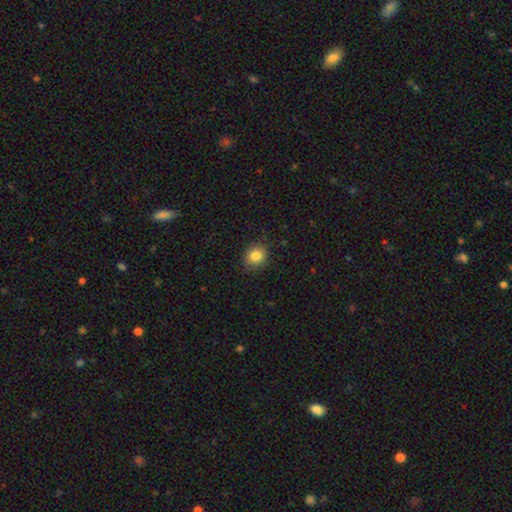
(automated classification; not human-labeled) The model was most divided on "how rounded": round: 79%, in between: 20%, cigar-shaped: 1%. More confident: merging — none (87%); smooth or featured — smooth (83%).